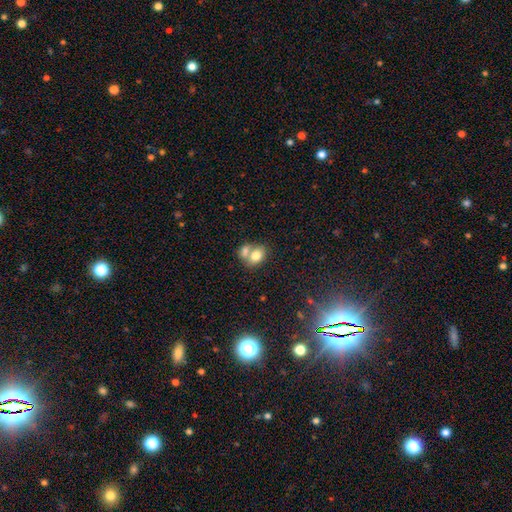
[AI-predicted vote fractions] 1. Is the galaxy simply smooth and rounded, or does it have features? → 76% smooth, 15% featured or disk, 9% star or artifact.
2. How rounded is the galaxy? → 73% in between, 26% round, 1% cigar-shaped.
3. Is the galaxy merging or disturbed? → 58% merger, 29% none, 9% minor disturbance, 4% major disturbance.